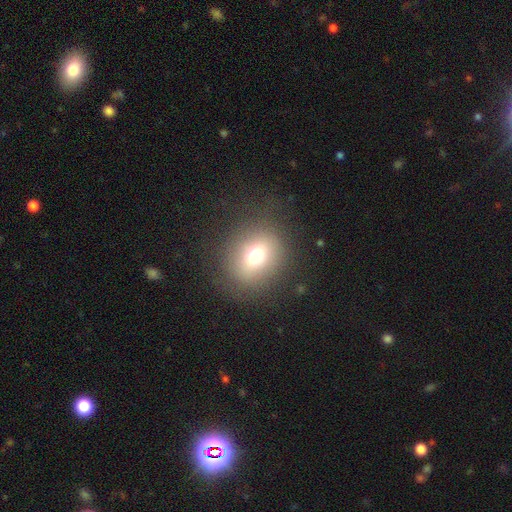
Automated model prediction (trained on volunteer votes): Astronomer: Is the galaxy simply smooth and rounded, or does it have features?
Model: smooth — 69%.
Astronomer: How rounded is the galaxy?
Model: round — 72%.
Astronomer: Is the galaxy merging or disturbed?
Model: none — 81%.